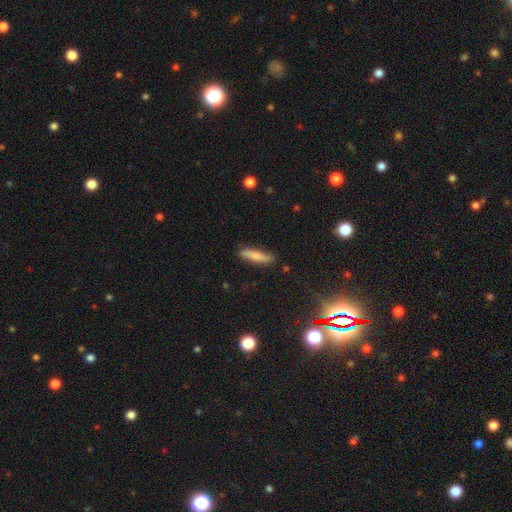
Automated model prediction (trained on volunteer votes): Smooth or featured? smooth (76%)
How rounded? cigar-shaped (82%)
Merging? none (86%)